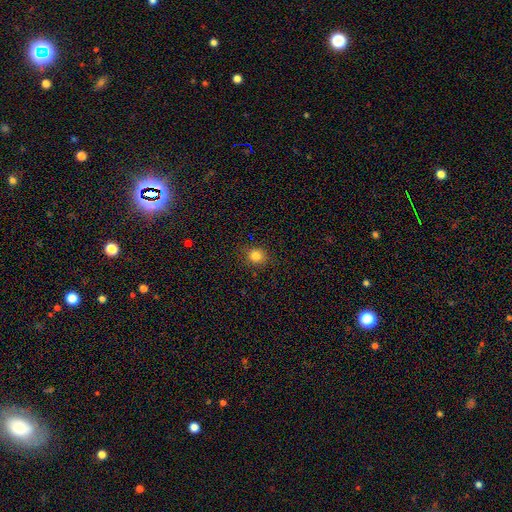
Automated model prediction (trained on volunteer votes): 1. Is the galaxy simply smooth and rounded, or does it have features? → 82% smooth, 12% star or artifact, 5% featured or disk.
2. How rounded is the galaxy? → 82% round, 17% in between, 1% cigar-shaped.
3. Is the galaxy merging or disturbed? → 87% none, 9% minor disturbance, 3% major disturbance, 1% merger.